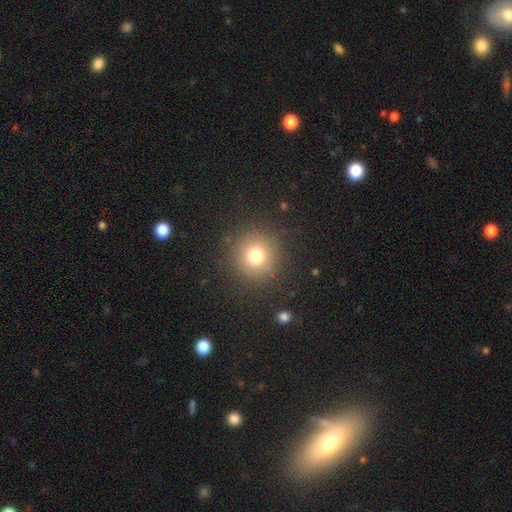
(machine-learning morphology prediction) Smooth or featured?
  - smooth: 74% *
  - star or artifact: 16%
  - featured or disk: 10%
How rounded?
  - round: 93% *
  - in between: 6%
  - cigar-shaped: 1%
Merging?
  - none: 88% *
  - minor disturbance: 7%
  - major disturbance: 4%
  - merger: 1%